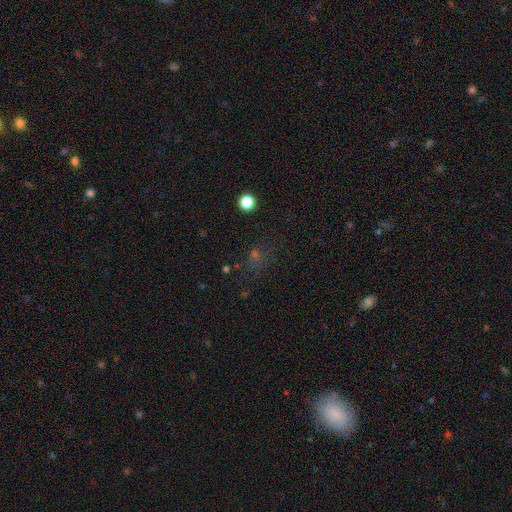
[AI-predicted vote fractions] smooth-or-featured: smooth: 45% | star or artifact: 42% | featured or disk: 13%
  merging: none: 67% | minor disturbance: 16% | major disturbance: 12% | merger: 4%